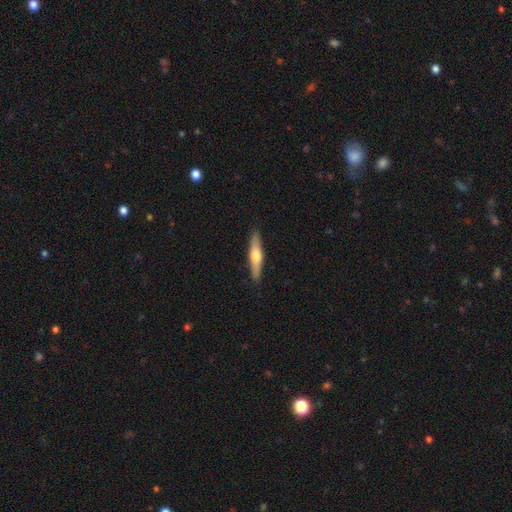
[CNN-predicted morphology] This is possibly a featured or disk galaxy (49%). Merging: clearly none (90%).